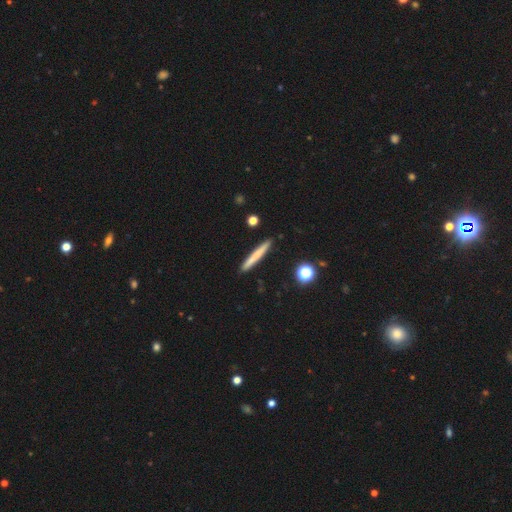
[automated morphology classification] Smooth or featured? Predicted: smooth (p=0.66). How rounded? Predicted: cigar-shaped (p=0.96). Merging? Predicted: none (p=0.91).